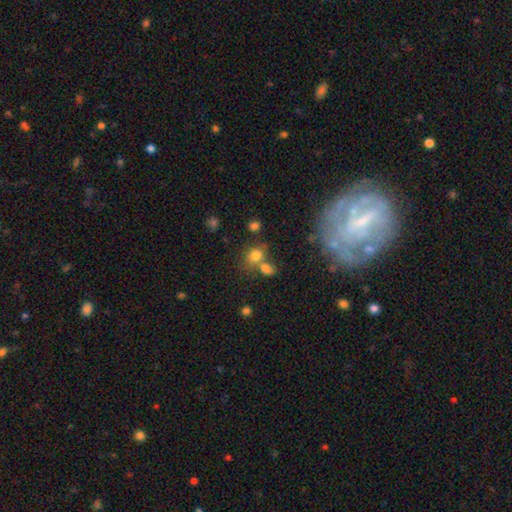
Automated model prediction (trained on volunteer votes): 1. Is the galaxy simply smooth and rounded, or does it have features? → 76% smooth, 14% star or artifact, 9% featured or disk.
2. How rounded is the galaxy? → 56% round, 42% in between, 1% cigar-shaped.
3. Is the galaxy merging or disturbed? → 50% none, 33% merger, 12% minor disturbance, 5% major disturbance.